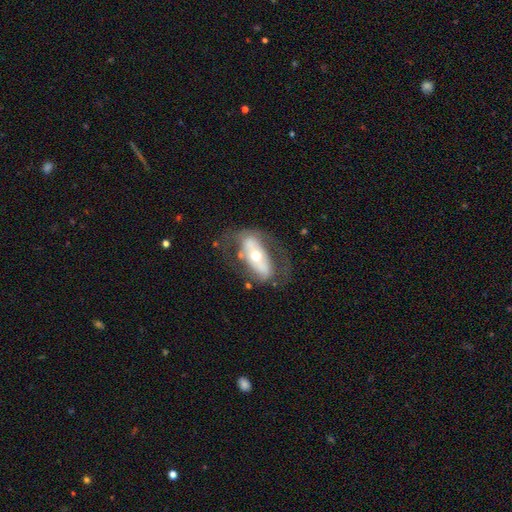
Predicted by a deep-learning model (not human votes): smooth_or_featured: featured or disk (p=0.69) [alt: smooth p=0.25]
disk_edge_on: no (p=0.87) [alt: yes p=0.13]
bar: no (p=0.48) [alt: strong p=0.34]
has_spiral_arms: no (p=0.52) [alt: yes p=0.48]
bulge_size: moderate (p=0.67) [alt: small p=0.22]
merging: none (p=0.61) [alt: minor disturbance p=0.18]